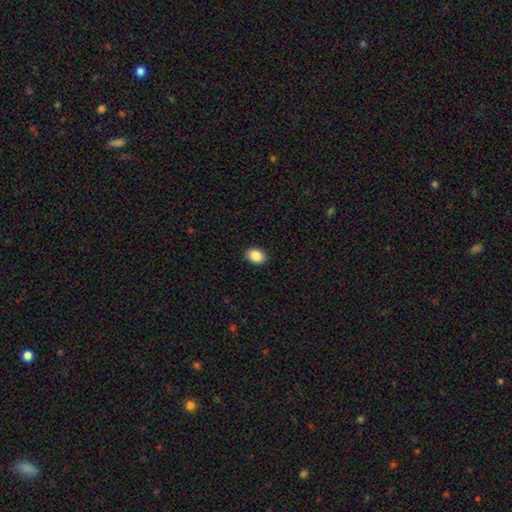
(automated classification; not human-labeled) This is clearly a smooth galaxy (88%). How rounded: likely in between (69%). Merging: clearly none (91%).